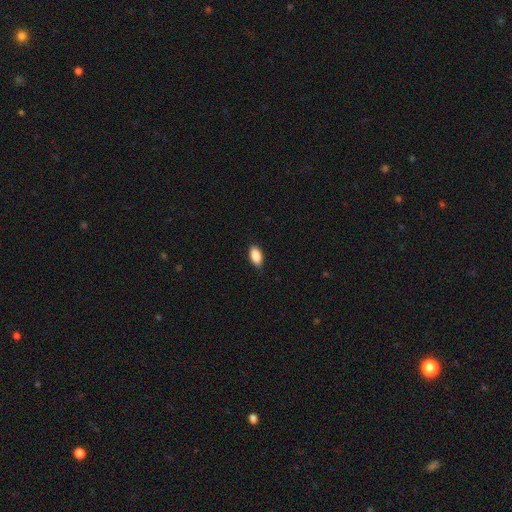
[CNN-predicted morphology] The model was most divided on "merging": none: 85%, minor disturbance: 12%, major disturbance: 2%, merger: 1%. More confident: how rounded — in between (92%); smooth or featured — smooth (89%).